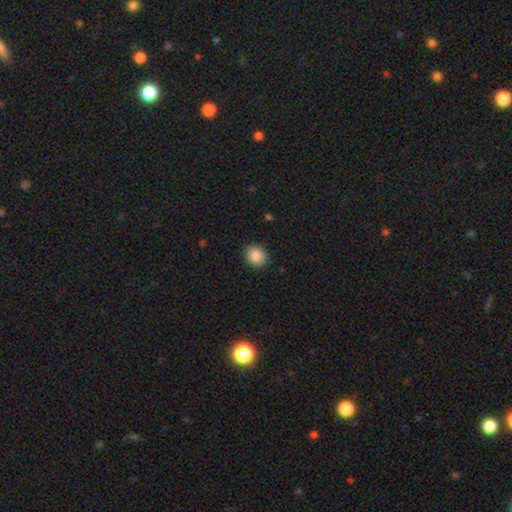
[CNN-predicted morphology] smooth 89%, star or artifact 8%, featured or disk 3%. Down the decision tree: how rounded — round (59%); merging — none (90%).